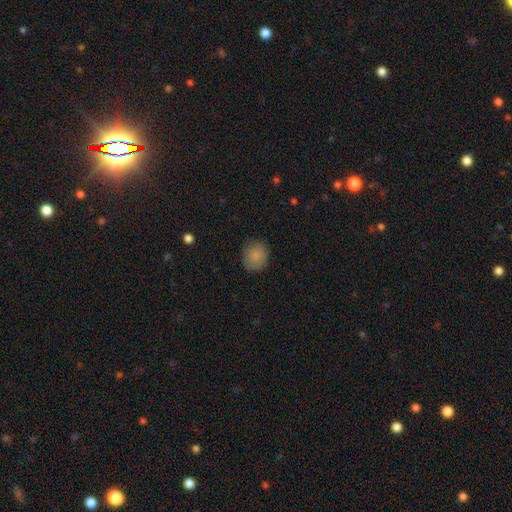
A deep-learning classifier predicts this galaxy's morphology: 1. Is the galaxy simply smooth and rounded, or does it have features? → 84% smooth, 9% star or artifact, 7% featured or disk.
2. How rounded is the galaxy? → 75% round, 24% in between, 1% cigar-shaped.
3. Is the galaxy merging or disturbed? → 79% none, 16% minor disturbance, 4% major disturbance, 1% merger.